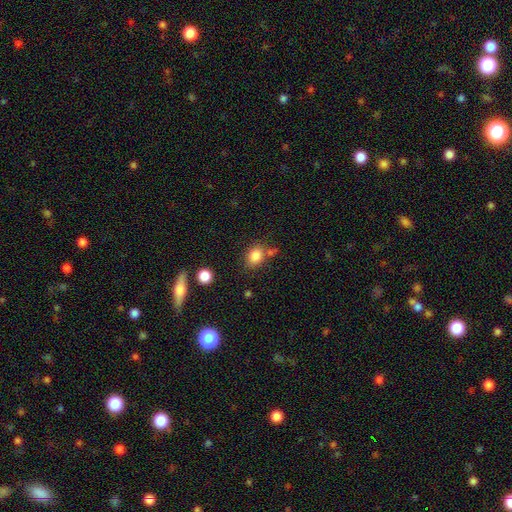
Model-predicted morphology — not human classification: smooth_or_featured: smooth (p=0.84) [alt: star or artifact p=0.10]
how_rounded: in between (p=0.53) [alt: round p=0.46]
merging: none (p=0.66) [alt: minor disturbance p=0.17]